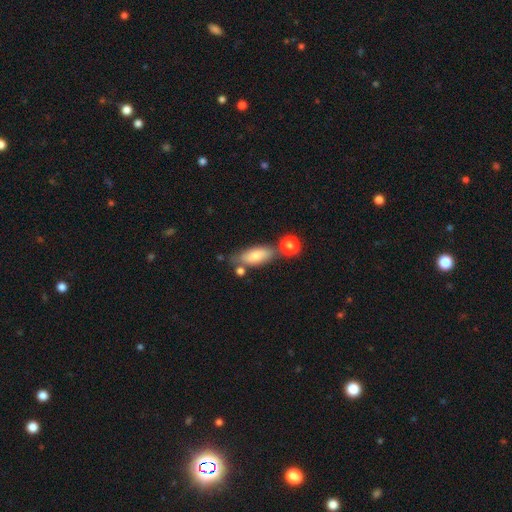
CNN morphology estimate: smooth-or-featured: smooth: 76% | featured or disk: 17% | star or artifact: 7%
  how-rounded: in between: 77% | cigar-shaped: 20% | round: 3%
  merging: none: 58% | minor disturbance: 19% | merger: 17% | major disturbance: 6%